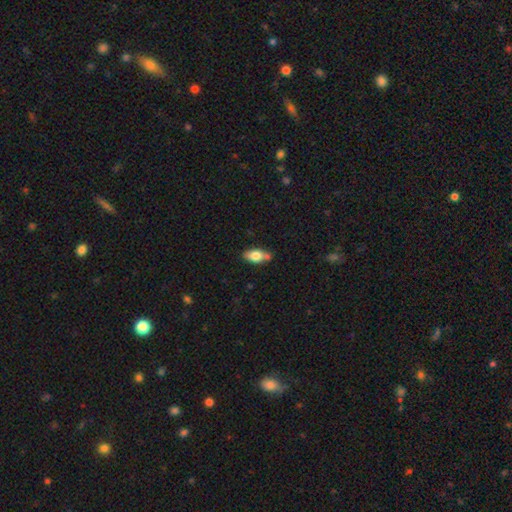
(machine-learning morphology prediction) Q: Smooth or featured?
A: smooth (75%); runner-up: featured or disk (17%)
Q: How rounded?
A: in between (88%); runner-up: cigar-shaped (8%)
Q: Merging?
A: none (66%); runner-up: minor disturbance (19%)